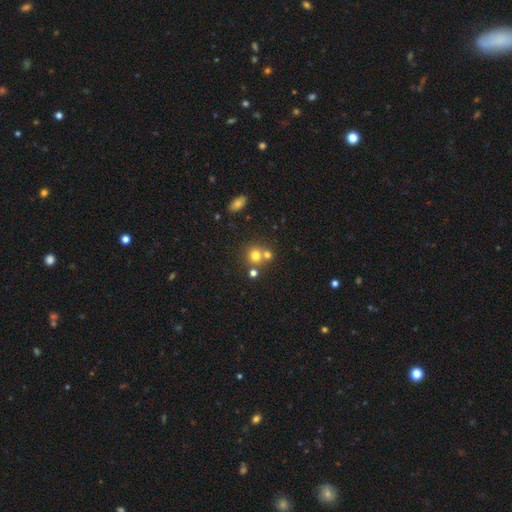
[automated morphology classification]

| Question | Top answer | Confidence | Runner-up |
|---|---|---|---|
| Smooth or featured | smooth | 73% | star or artifact (15%) |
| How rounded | round | 85% | in between (14%) |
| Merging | none | 54% | merger (35%) |